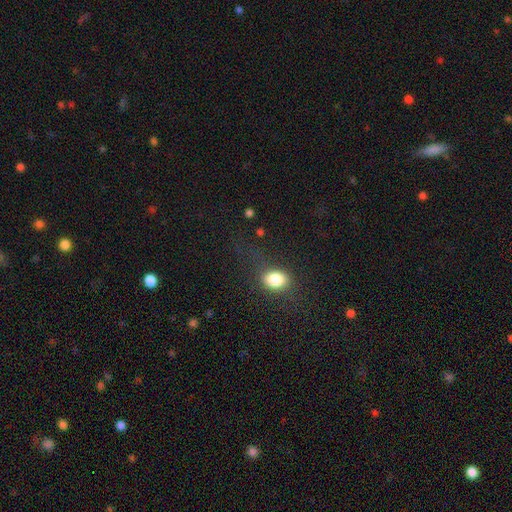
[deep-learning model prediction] Smooth or featured? Predicted: smooth (p=0.56). How rounded? Predicted: round (p=0.68). Merging? Predicted: none (p=0.75).